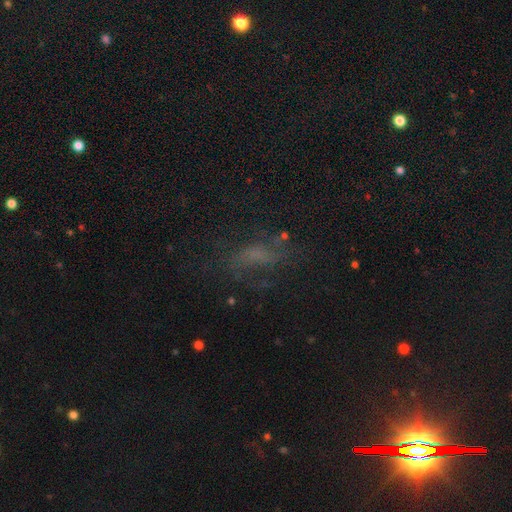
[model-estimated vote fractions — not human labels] Smooth or featured: smooth — 40% (featured or disk — 37%)
Merging: none — 52% (major disturbance — 25%)